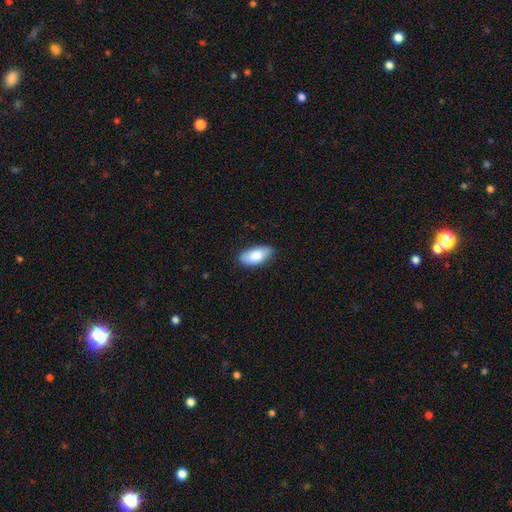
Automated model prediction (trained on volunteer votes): Smooth or featured: smooth — 82% (featured or disk — 12%)
How rounded: in between — 92% (cigar-shaped — 6%)
Merging: none — 79% (minor disturbance — 17%)